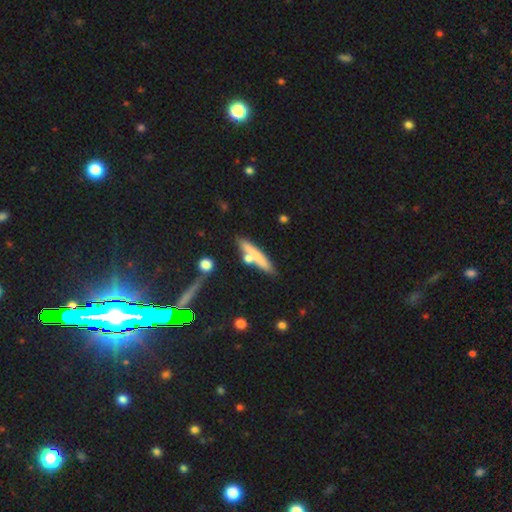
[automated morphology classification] Overall: smooth (64%; featured or disk 29%). How rounded: cigar-shaped (87%). Merging: none (69%).